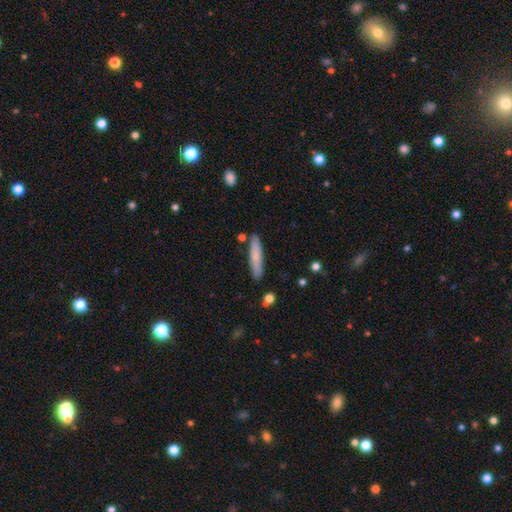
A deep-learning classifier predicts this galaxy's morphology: Overall: smooth (74%). How rounded: cigar-shaped (85%). Merging: none (84%).